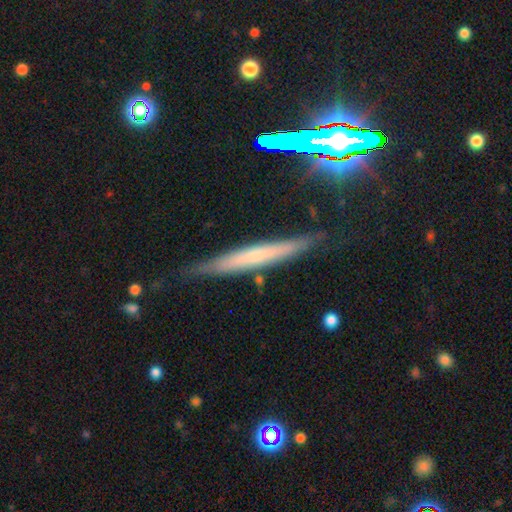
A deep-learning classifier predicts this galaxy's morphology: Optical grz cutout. It shows a featured or disk galaxy (45%). Merging: none (79%).